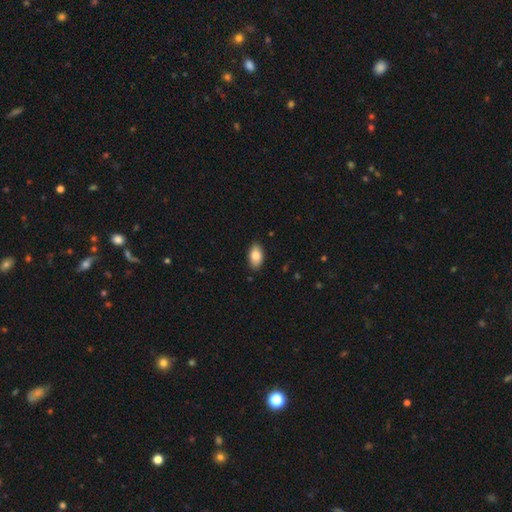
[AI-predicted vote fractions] This is clearly a smooth galaxy (85%). How rounded: clearly in between (93%). Merging: clearly none (87%).